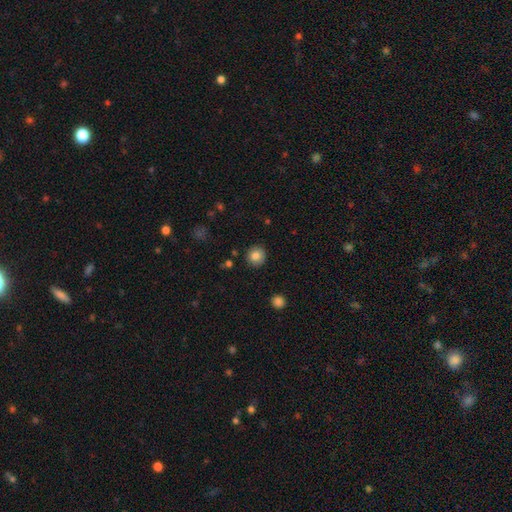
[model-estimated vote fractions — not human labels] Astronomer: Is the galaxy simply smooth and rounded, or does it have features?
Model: smooth — 84%.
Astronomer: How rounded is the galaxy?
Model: round — 91%.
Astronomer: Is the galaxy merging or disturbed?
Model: none — 90%.